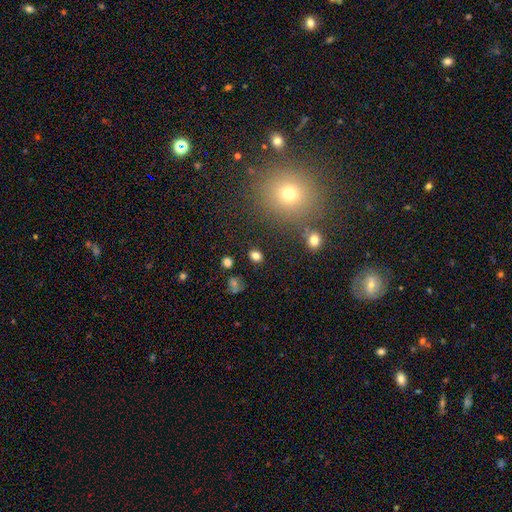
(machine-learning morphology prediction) Smooth or featured: smooth — 80% (star or artifact — 14%)
How rounded: in between — 56% (round — 42%)
Merging: none — 85% (minor disturbance — 9%)